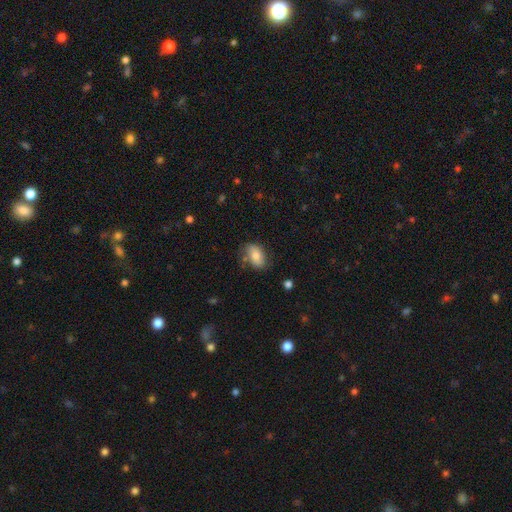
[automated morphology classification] Smooth or featured?
  - smooth: 74% *
  - featured or disk: 19%
  - star or artifact: 8%
How rounded?
  - in between: 89% *
  - round: 10%
  - cigar-shaped: 2%
Merging?
  - none: 69% *
  - minor disturbance: 21%
  - major disturbance: 6%
  - merger: 4%